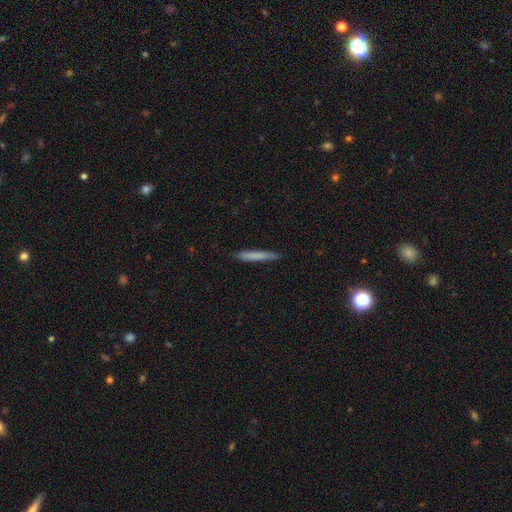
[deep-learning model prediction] The model was most divided on "smooth or featured": smooth: 75%, featured or disk: 20%, star or artifact: 6%. More confident: how rounded — cigar-shaped (96%); merging — none (89%).